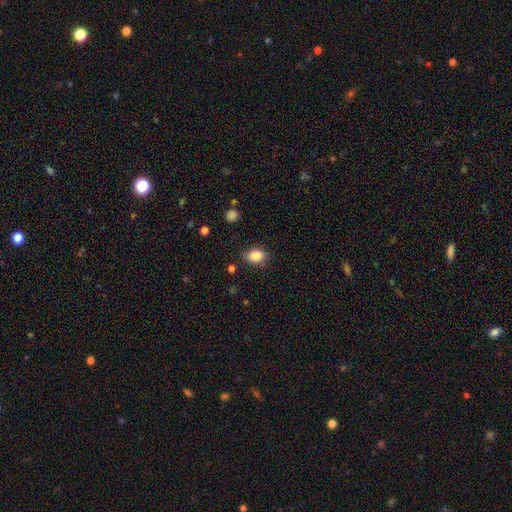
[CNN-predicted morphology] Smooth or featured? smooth (86%)
How rounded? in between (74%)
Merging? none (79%)